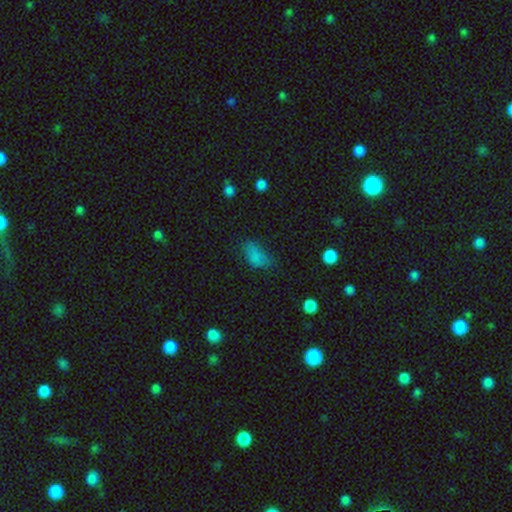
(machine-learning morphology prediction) type=smooth (76%); roundness=in between (89%); merging=none (48%).